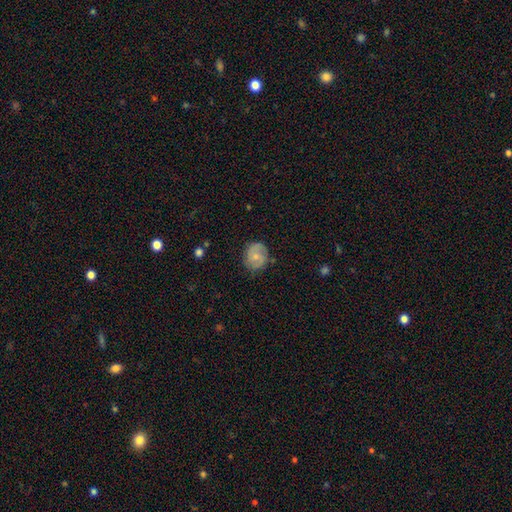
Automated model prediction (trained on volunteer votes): This is possibly a smooth galaxy (49%). Merging: likely none (75%).